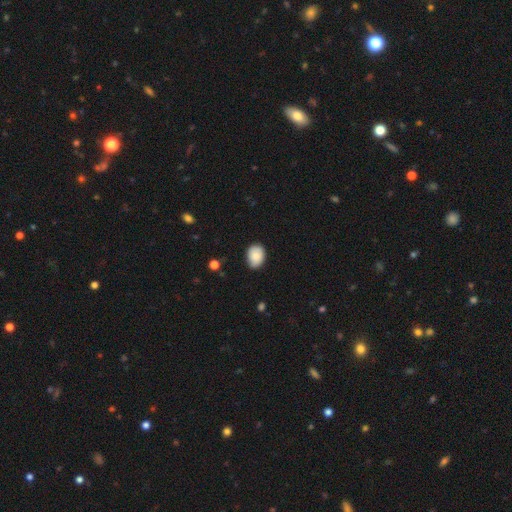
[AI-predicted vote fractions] This is clearly a smooth galaxy (84%). How rounded: likely in between (67%). Merging: likely none (79%).